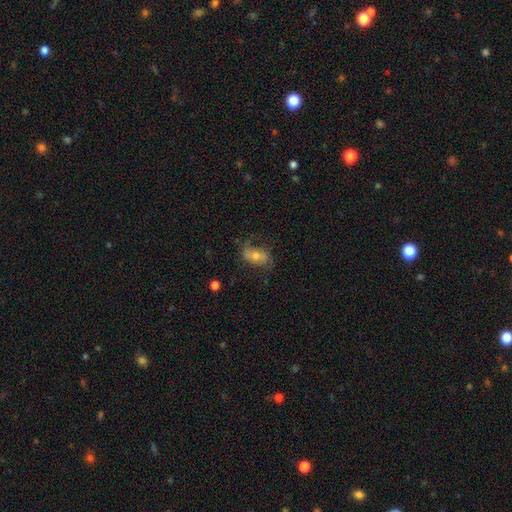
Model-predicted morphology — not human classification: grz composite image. It shows a featured or disk galaxy (54%) with no bar (56%), spiral arms (79%) and a moderate central bulge (54%). Merging: none (61%).